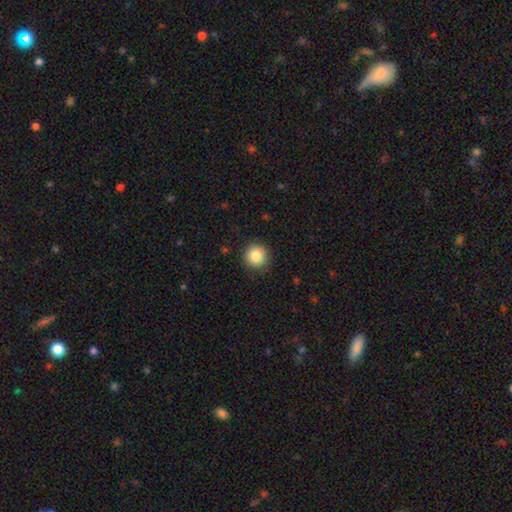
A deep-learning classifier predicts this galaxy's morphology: smooth-or-featured: smooth: 85% | star or artifact: 9% | featured or disk: 5%
  how-rounded: round: 95% | in between: 4% | cigar-shaped: 1%
  merging: none: 89% | minor disturbance: 8% | major disturbance: 2% | merger: 1%